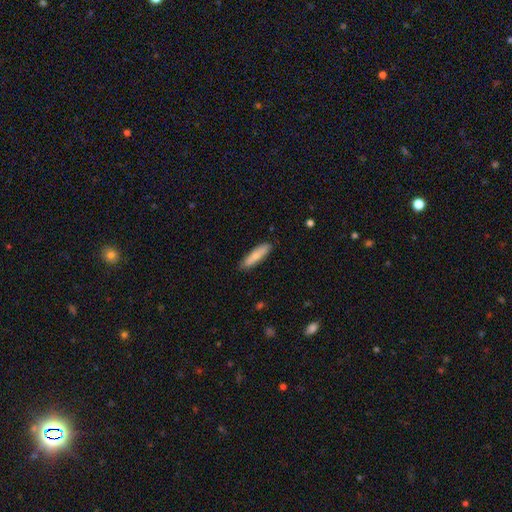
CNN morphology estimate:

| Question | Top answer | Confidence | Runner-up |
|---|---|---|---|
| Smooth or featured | smooth | 77% | featured or disk (18%) |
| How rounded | cigar-shaped | 76% | in between (22%) |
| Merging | none | 86% | minor disturbance (11%) |